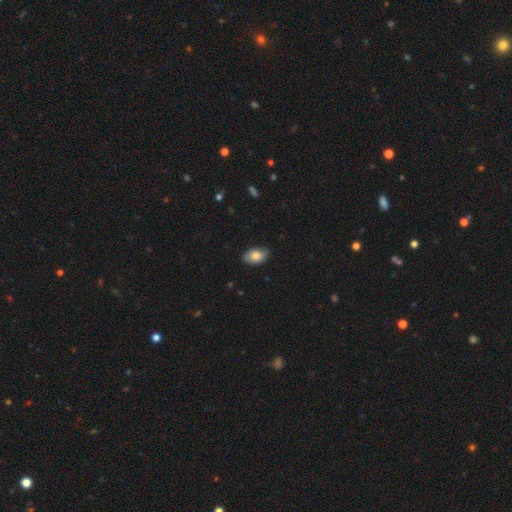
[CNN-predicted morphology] The model was most divided on "merging": none: 68%, minor disturbance: 27%, major disturbance: 4%, merger: 1%. More confident: how rounded — in between (90%); smooth or featured — smooth (77%).